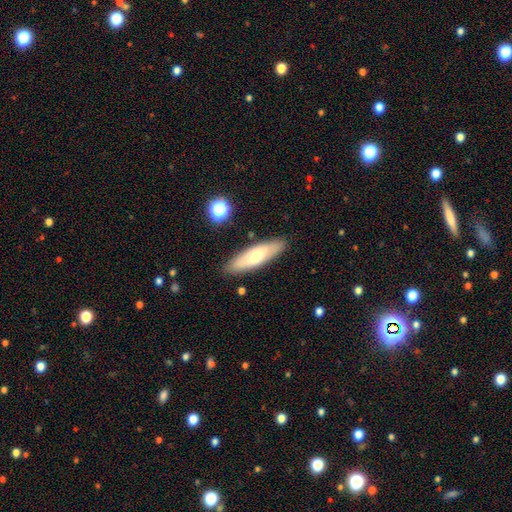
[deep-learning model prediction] Q: Smooth or featured?
A: smooth (60%); runner-up: featured or disk (33%)
Q: How rounded?
A: cigar-shaped (60%); runner-up: in between (38%)
Q: Merging?
A: none (87%); runner-up: minor disturbance (9%)